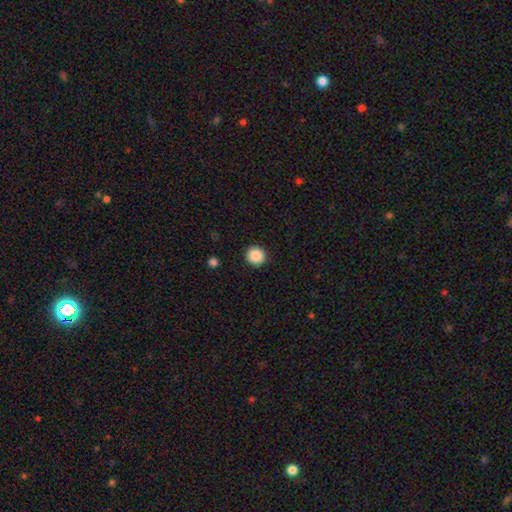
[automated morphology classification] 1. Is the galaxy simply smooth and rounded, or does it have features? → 89% smooth, 9% star or artifact, 3% featured or disk.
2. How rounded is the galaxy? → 94% round, 5% in between, 1% cigar-shaped.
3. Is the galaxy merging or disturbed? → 93% none, 5% minor disturbance, 2% major disturbance, 1% merger.